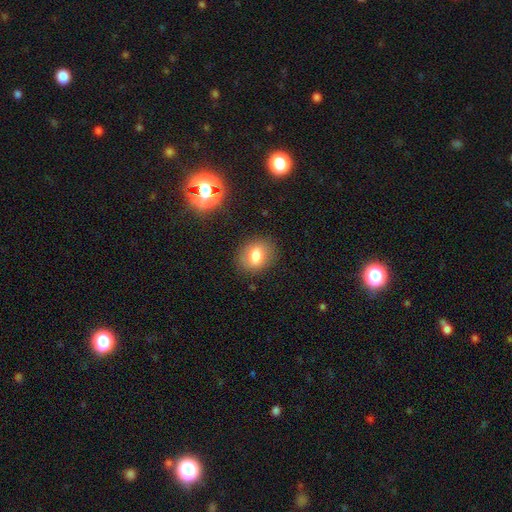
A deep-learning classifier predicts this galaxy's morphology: smooth 76%, featured or disk 14%, star or artifact 10%. Down the decision tree: how rounded — in between (52%); merging — none (83%).